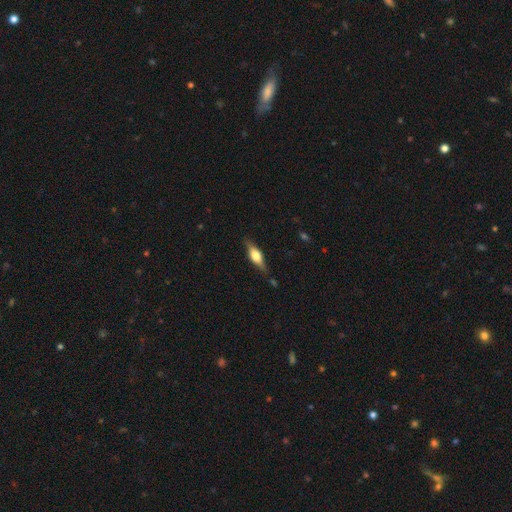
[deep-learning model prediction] smooth-or-featured: featured or disk: 50% | smooth: 43% | star or artifact: 7%
  disk-edge-on: yes: 91% | no: 9%
  merging: none: 80% | minor disturbance: 15% | major disturbance: 3% | merger: 2%